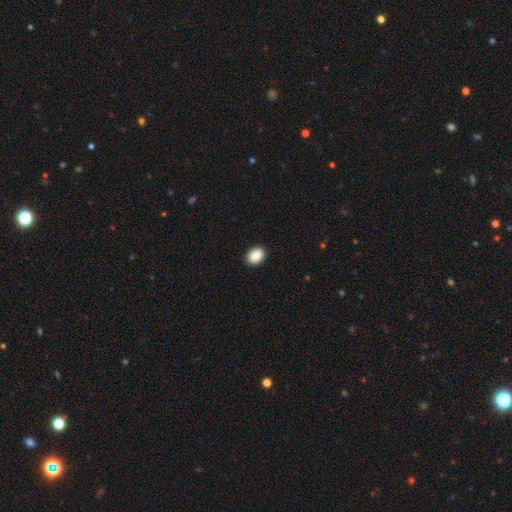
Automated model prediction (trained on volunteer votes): Smooth or featured?
  - smooth: 90% *
  - star or artifact: 7%
  - featured or disk: 3%
How rounded?
  - in between: 74% *
  - round: 25%
  - cigar-shaped: 1%
Merging?
  - none: 92% *
  - minor disturbance: 6%
  - major disturbance: 2%
  - merger: 1%